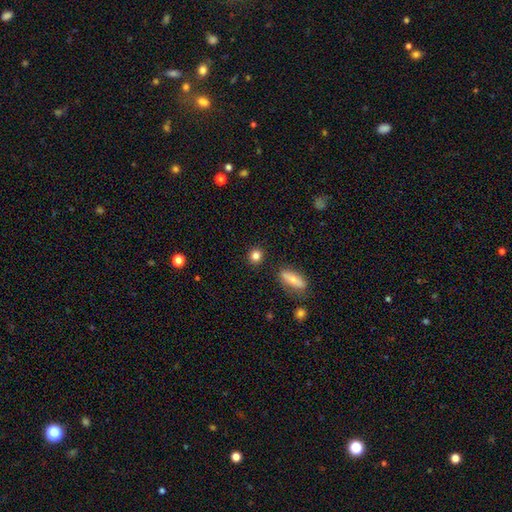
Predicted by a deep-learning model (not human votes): Smooth or featured? smooth (83%)
How rounded? round (87%)
Merging? none (89%)